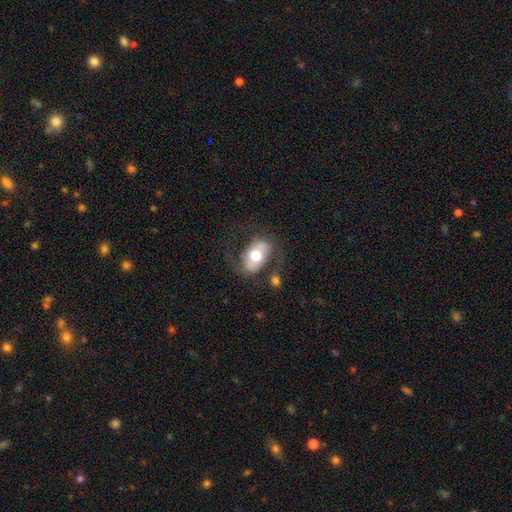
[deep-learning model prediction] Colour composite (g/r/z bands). It shows a featured or disk galaxy (52%). Merging: none (58%).